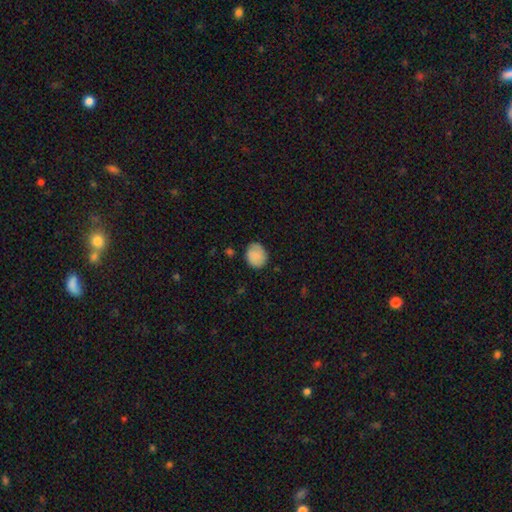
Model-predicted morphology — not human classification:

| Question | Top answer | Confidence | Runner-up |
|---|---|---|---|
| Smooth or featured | smooth | 85% | featured or disk (8%) |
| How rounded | round | 68% | in between (32%) |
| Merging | none | 78% | minor disturbance (17%) |